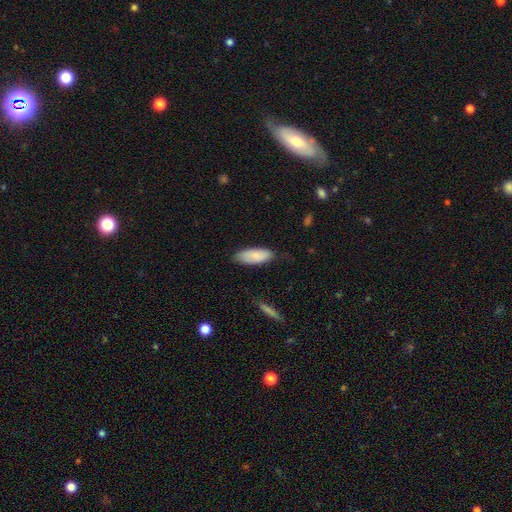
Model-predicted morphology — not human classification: A smooth galaxy with no disk features (82%) that is in between round and cigar-shaped (81%).

Vote fractions:
- Smooth or featured? smooth: 82% / featured or disk: 12% / star or artifact: 6%
- How rounded? in between: 81% / cigar-shaped: 17% / round: 2%
- Merging? none: 72% / minor disturbance: 22% / major disturbance: 4% / merger: 2%